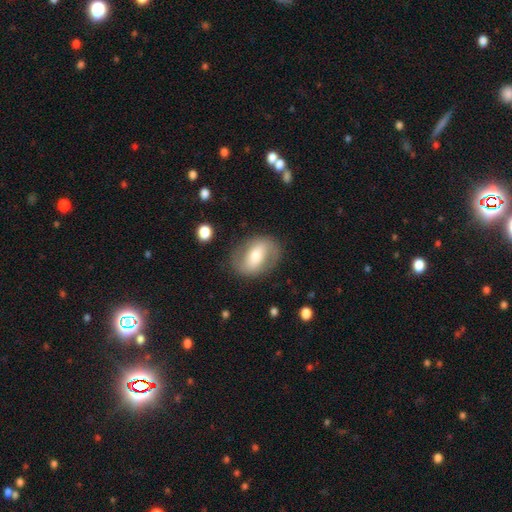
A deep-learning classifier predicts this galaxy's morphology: Smooth or featured? Predicted: featured or disk (p=0.53). Edge-on disk? Predicted: no (p=0.94). Bar? Predicted: weak (p=0.36). Spiral arms? Predicted: yes (p=0.64). Bulge size? Predicted: moderate (p=0.62). Merging? Predicted: none (p=0.78).